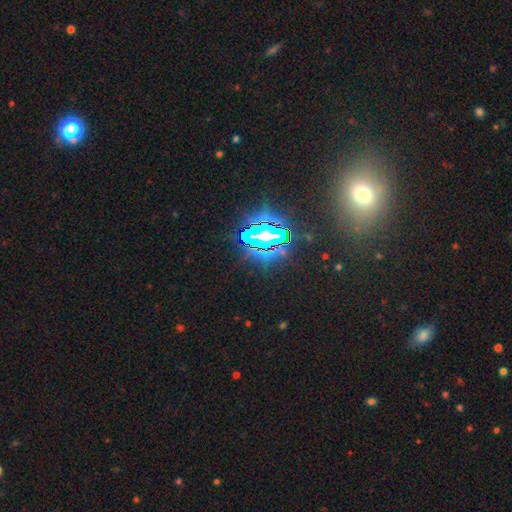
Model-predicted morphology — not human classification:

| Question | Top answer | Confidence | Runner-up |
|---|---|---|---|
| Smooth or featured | star or artifact | 79% | smooth (12%) |